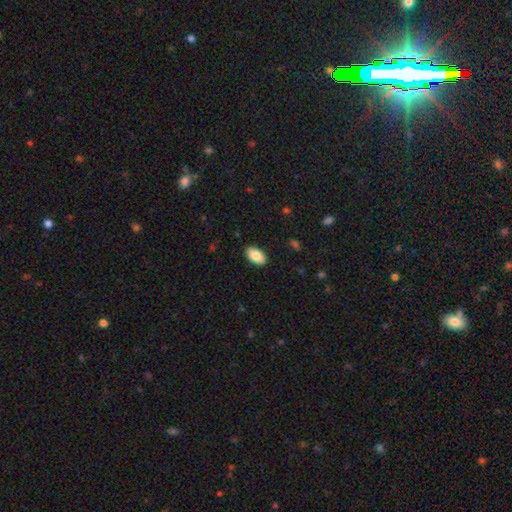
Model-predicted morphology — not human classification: A smooth galaxy with no disk features (85%) that is in between round and cigar-shaped (95%).

Vote fractions:
- Smooth or featured? smooth: 85% / featured or disk: 8% / star or artifact: 7%
- How rounded? in between: 95% / round: 3% / cigar-shaped: 2%
- Merging? none: 88% / minor disturbance: 9% / major disturbance: 2% / merger: 1%